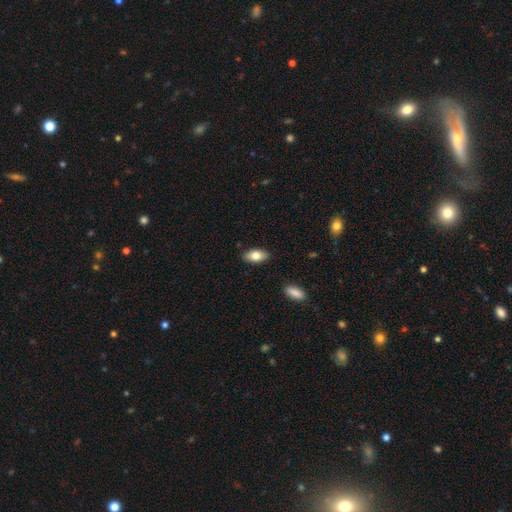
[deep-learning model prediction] Morphology: type=smooth (79%); roundness=in between (91%); merging=none (88%).